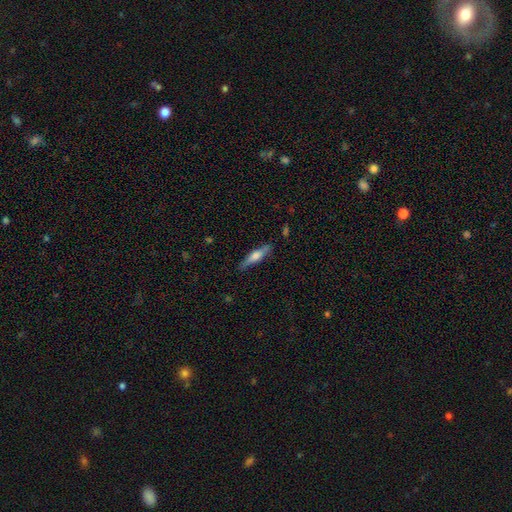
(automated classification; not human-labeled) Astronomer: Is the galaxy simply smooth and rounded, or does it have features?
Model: smooth — 47%, tied with featured or disk at 47%.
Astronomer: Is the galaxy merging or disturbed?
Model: none — 82%.